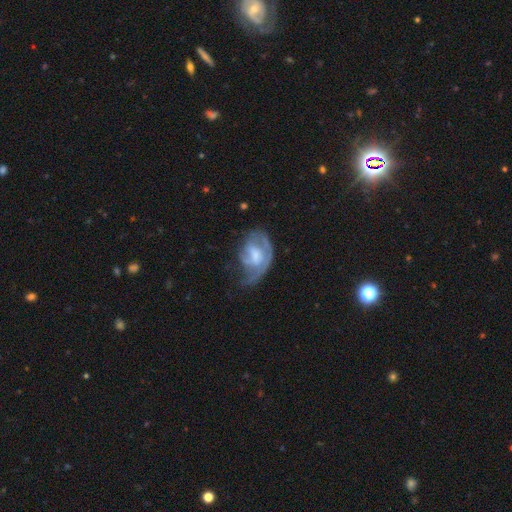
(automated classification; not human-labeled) Q: Smooth or featured?
A: featured or disk (67%); runner-up: smooth (26%)
Q: Edge-on disk?
A: no (97%); runner-up: yes (3%)
Q: Bar?
A: no (51%); runner-up: weak (39%)
Q: Spiral arms?
A: yes (74%); runner-up: no (26%)
Q: Bulge size?
A: moderate (40%); runner-up: small (29%)
Q: Merging?
A: major disturbance (40%); runner-up: none (29%)